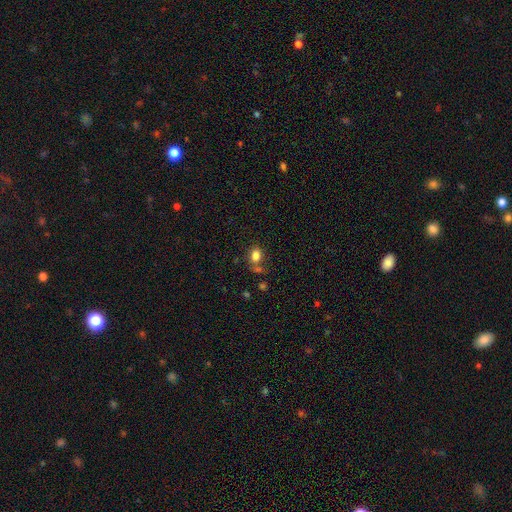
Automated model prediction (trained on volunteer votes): Smooth or featured: smooth — 81% (star or artifact — 12%)
How rounded: in between — 64% (round — 35%)
Merging: none — 61% (minor disturbance — 17%)